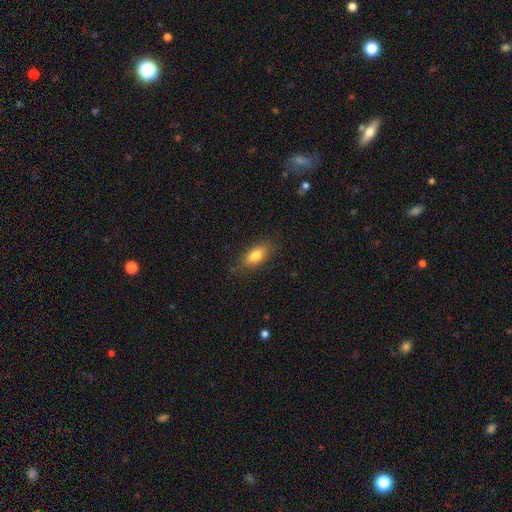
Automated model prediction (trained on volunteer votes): This is likely a smooth galaxy (79%). How rounded: clearly in between (80%). Merging: clearly none (83%).